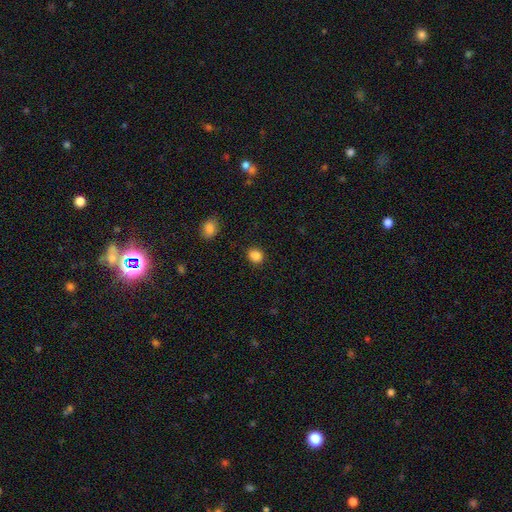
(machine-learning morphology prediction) Overall: smooth (86%). How rounded: round (70%). Merging: none (85%).